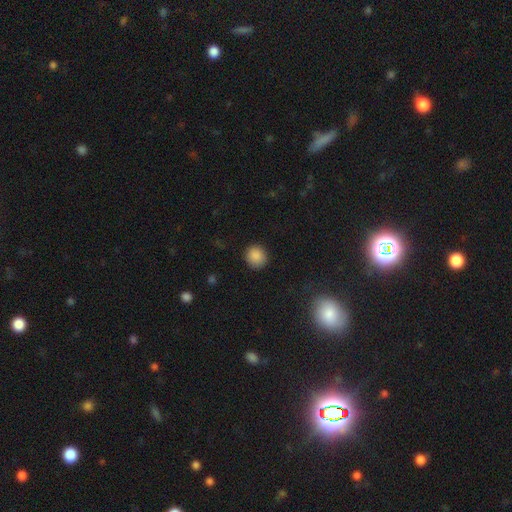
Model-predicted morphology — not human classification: Q: Smooth or featured?
A: smooth (87%); runner-up: star or artifact (9%)
Q: How rounded?
A: round (90%); runner-up: in between (9%)
Q: Merging?
A: none (89%); runner-up: minor disturbance (7%)